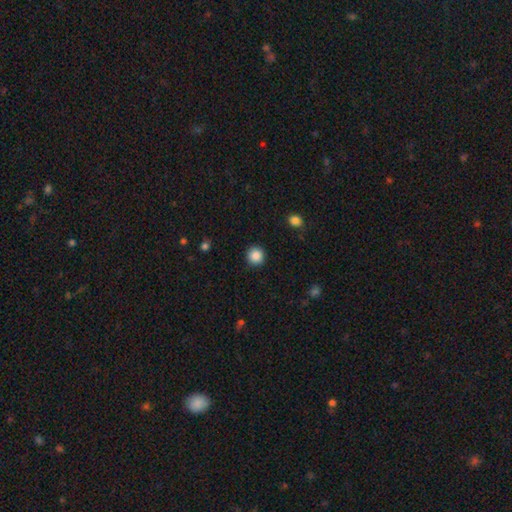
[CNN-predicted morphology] Smooth or featured: smooth — 87% (star or artifact — 10%)
How rounded: round — 94% (in between — 5%)
Merging: none — 92% (minor disturbance — 5%)